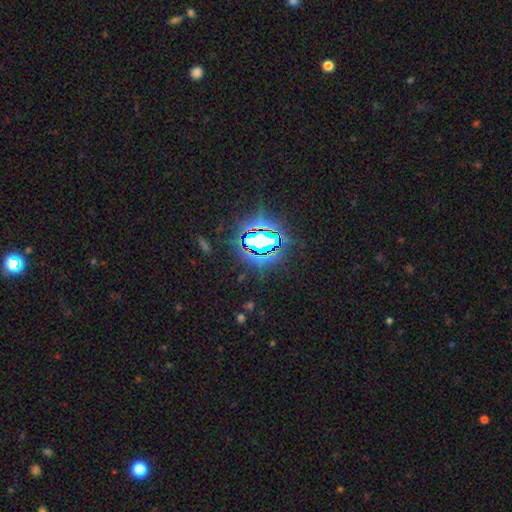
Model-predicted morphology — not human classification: Smooth or featured? Predicted: star or artifact (p=0.78).